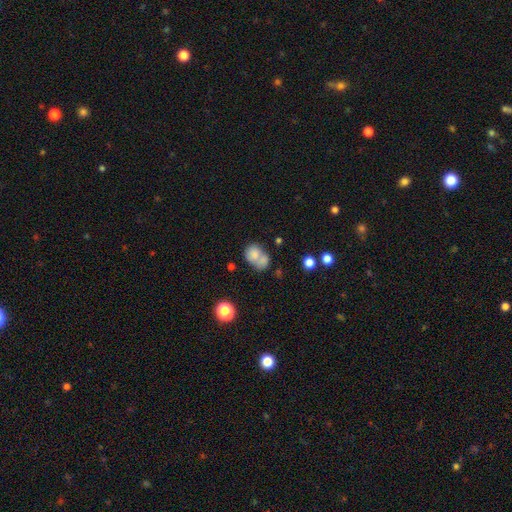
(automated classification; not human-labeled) smooth 76%, featured or disk 15%, star or artifact 10%. Down the decision tree: how rounded — round (51%); merging — merger (53%).